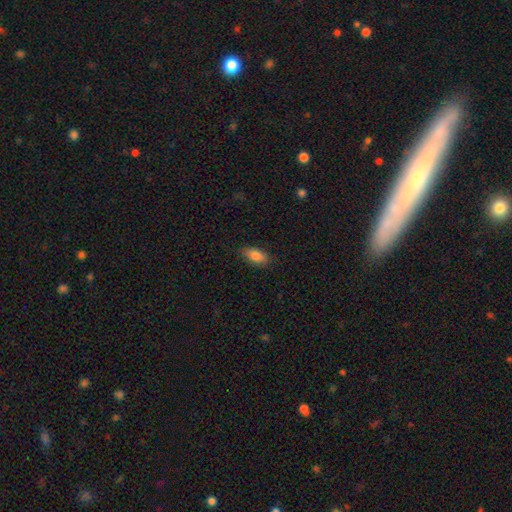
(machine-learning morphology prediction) The model was most divided on "merging": none: 83%, minor disturbance: 14%, major disturbance: 3%, merger: 1%. More confident: how rounded — in between (88%); smooth or featured — smooth (83%).